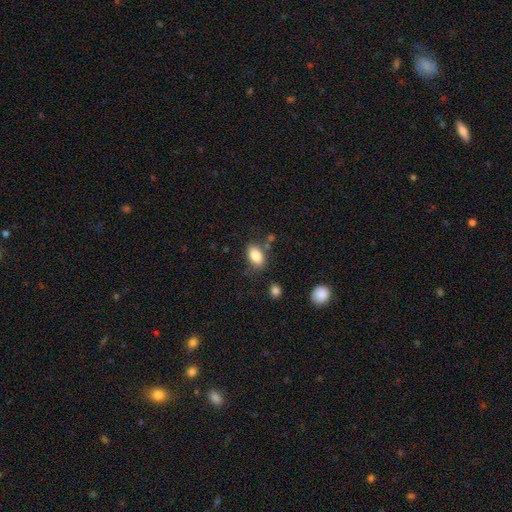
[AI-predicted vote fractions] The model was most divided on "merging": none: 76%, minor disturbance: 15%, merger: 5%, major disturbance: 4%. More confident: how rounded — in between (89%); smooth or featured — smooth (85%).